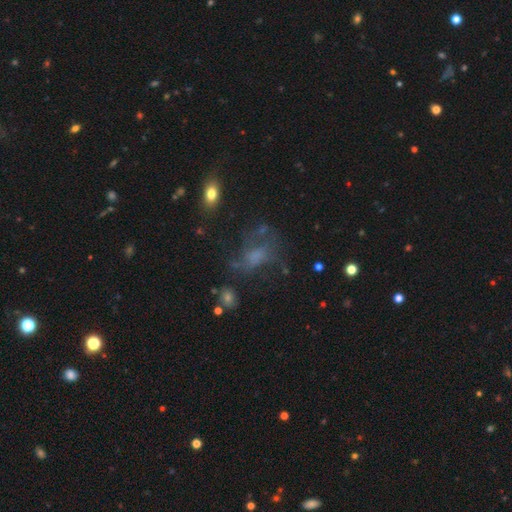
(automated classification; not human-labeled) Smooth or featured?
  - featured or disk: 47% *
  - smooth: 31%
  - star or artifact: 23%
Merging?
  - none: 44% *
  - major disturbance: 32%
  - minor disturbance: 19%
  - merger: 5%